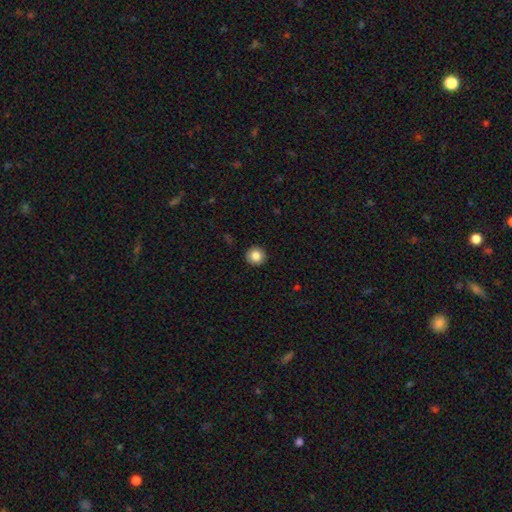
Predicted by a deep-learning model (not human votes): Smooth or featured?
  - smooth: 85% *
  - star or artifact: 9%
  - featured or disk: 6%
How rounded?
  - round: 94% *
  - in between: 5%
  - cigar-shaped: 1%
Merging?
  - none: 92% *
  - minor disturbance: 5%
  - major disturbance: 2%
  - merger: 1%